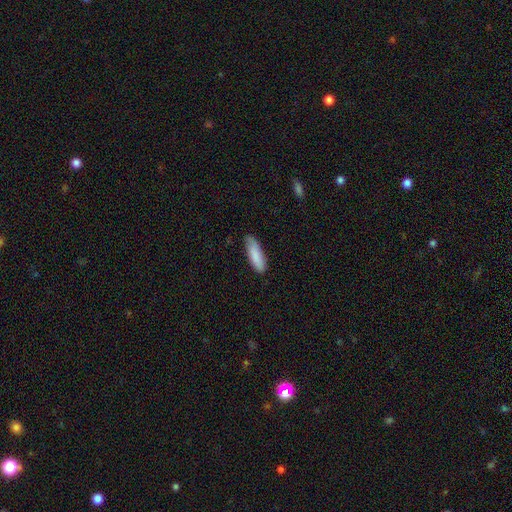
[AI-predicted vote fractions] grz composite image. It shows a smooth galaxy with no disk features (87%) that is cigar-shaped (52%). Merging: none (77%).